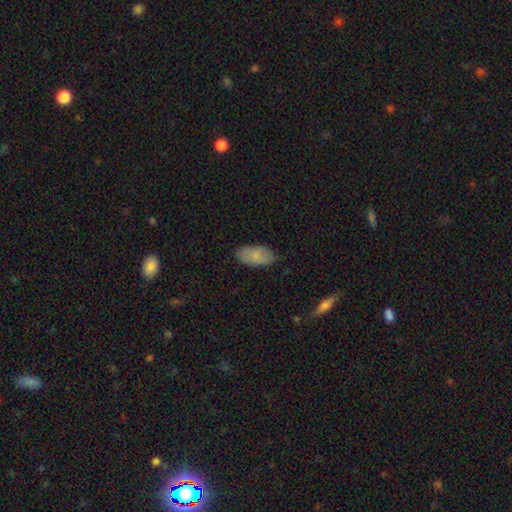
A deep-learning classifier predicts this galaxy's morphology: smooth 81%, featured or disk 12%, star or artifact 7%. Down the decision tree: how rounded — in between (94%); merging — none (76%).